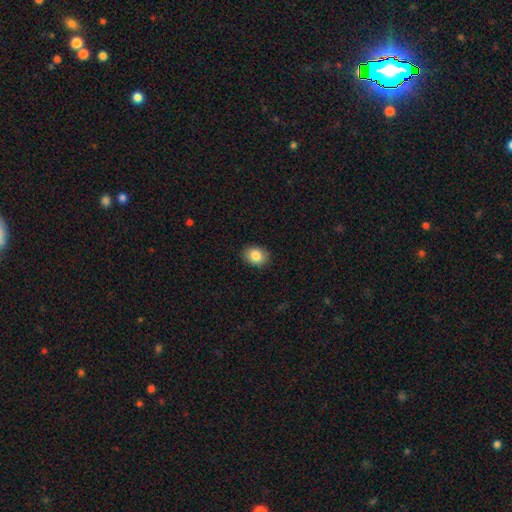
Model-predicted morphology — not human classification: Q: Smooth or featured?
A: smooth (86%); runner-up: star or artifact (8%)
Q: How rounded?
A: in between (62%); runner-up: round (37%)
Q: Merging?
A: none (89%); runner-up: minor disturbance (8%)